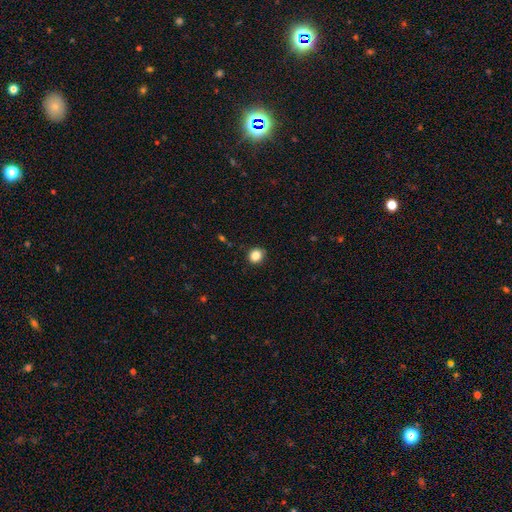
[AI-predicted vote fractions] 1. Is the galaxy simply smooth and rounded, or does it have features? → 85% smooth, 11% star or artifact, 4% featured or disk.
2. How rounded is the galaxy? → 81% round, 18% in between, 1% cigar-shaped.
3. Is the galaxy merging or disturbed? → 90% none, 7% minor disturbance, 2% major disturbance, 1% merger.